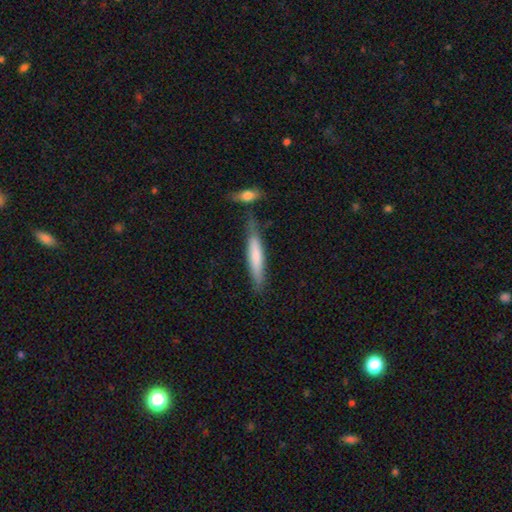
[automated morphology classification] The model was most divided on "smooth or featured": smooth: 69%, featured or disk: 26%, star or artifact: 5%. More confident: how rounded — cigar-shaped (90%); merging — none (63%).